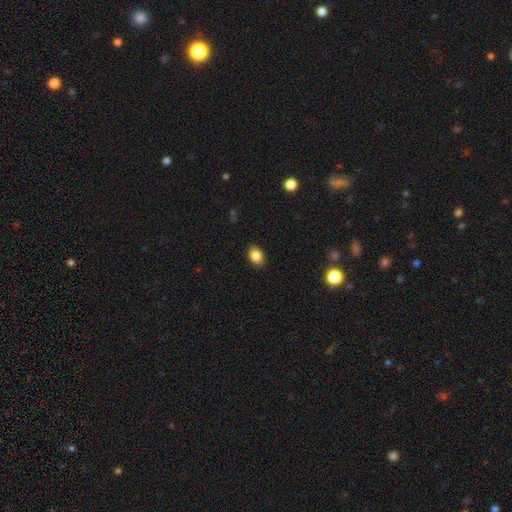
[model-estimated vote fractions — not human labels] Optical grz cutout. It shows a smooth galaxy with no disk features (84%) that is in between round and cigar-shaped (77%). Merging: none (89%).